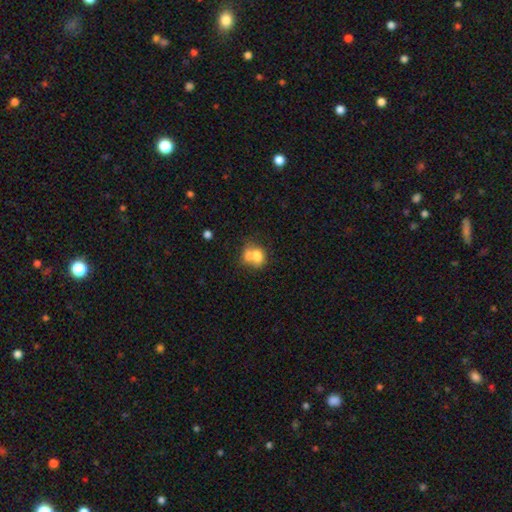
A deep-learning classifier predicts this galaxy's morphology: A smooth galaxy with no disk features (71%) that is in between round and cigar-shaped (52%).

Vote fractions:
- Smooth or featured? smooth: 71% / featured or disk: 20% / star or artifact: 9%
- How rounded? in between: 52% / round: 47% / cigar-shaped: 1%
- Merging? merger: 64% / none: 22% / minor disturbance: 8% / major disturbance: 5%